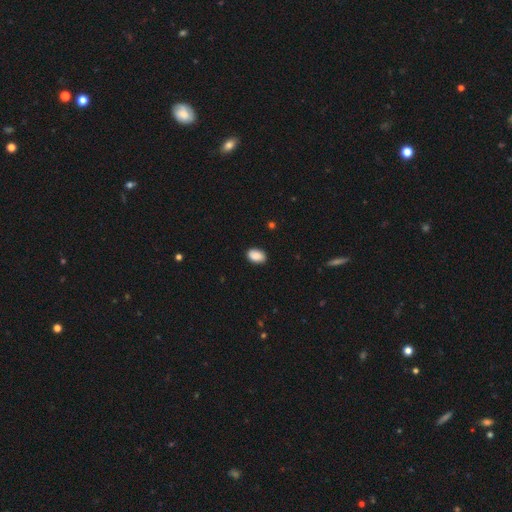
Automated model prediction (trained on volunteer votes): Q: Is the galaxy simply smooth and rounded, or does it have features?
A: smooth — 89%.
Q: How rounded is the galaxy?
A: in between — 88%.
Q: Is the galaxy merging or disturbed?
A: none — 87%.